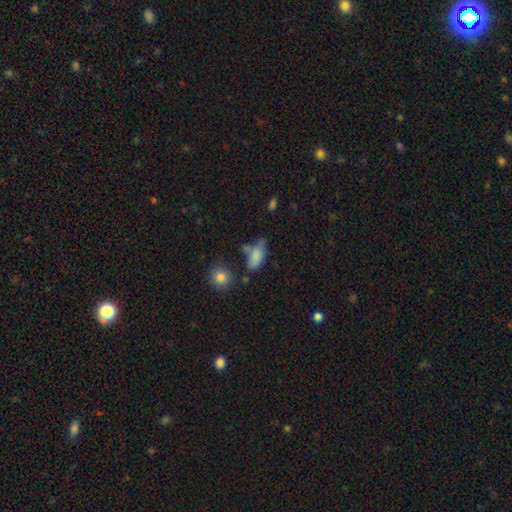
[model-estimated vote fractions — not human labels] This appears to be a smooth galaxy with no disk features (80%) that is in between round and cigar-shaped (86%). Merging: none (46%).